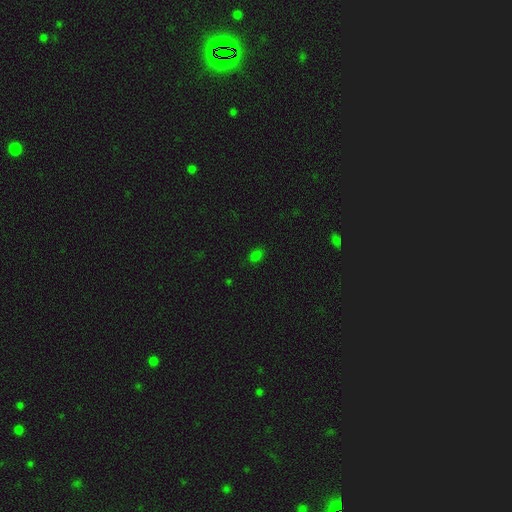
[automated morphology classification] This appears to be a smooth galaxy with no disk features (75%) that is in between round and cigar-shaped (78%). Merging: none (83%).